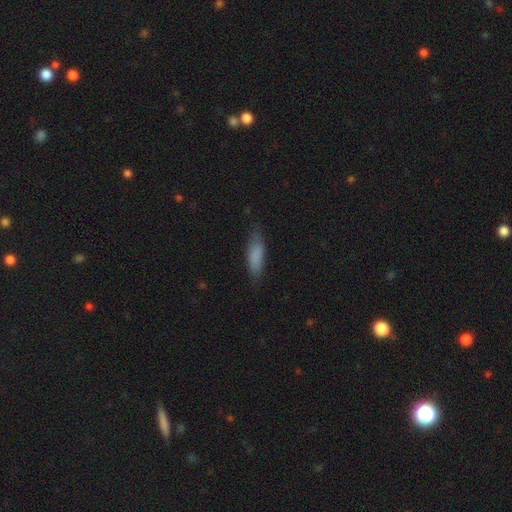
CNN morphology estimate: Smooth or featured? Predicted: smooth (p=0.83). How rounded? Predicted: cigar-shaped (p=0.50). Merging? Predicted: none (p=0.76).